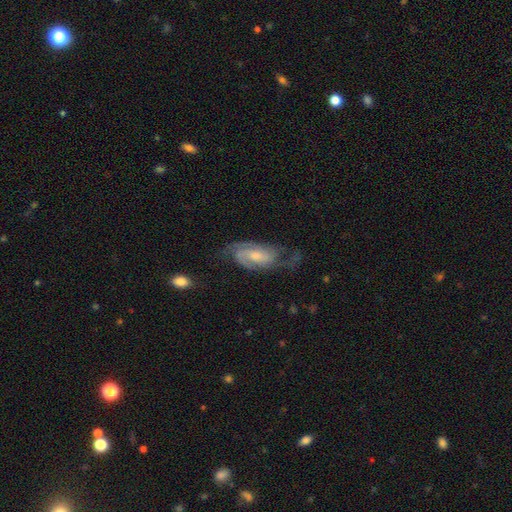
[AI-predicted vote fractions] Smooth or featured: featured or disk — 81% (smooth — 13%)
Edge-on disk: no — 95% (yes — 5%)
Bar: no — 49% (weak — 40%)
Spiral arms: yes — 95% (no — 5%)
Spiral winding: medium — 45% (tight — 38%)
Spiral arm count: 2 — 69% (can't tell — 13%)
Bulge size: small — 45% (moderate — 44%)
Merging: none — 58% (minor disturbance — 22%)